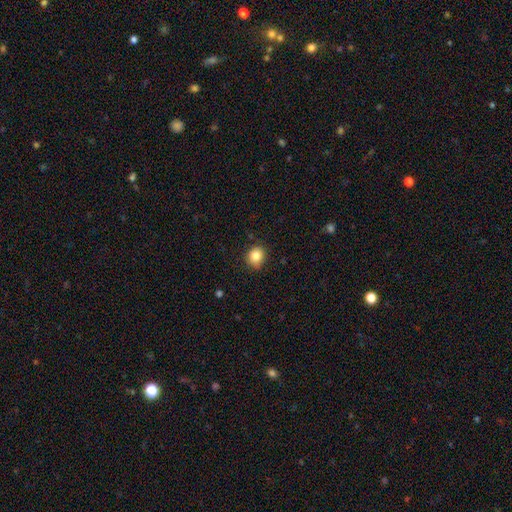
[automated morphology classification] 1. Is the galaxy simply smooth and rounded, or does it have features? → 85% smooth, 10% star or artifact, 5% featured or disk.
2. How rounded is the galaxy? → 71% round, 28% in between, 1% cigar-shaped.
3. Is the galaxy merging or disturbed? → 83% none, 13% minor disturbance, 2% major disturbance, 1% merger.